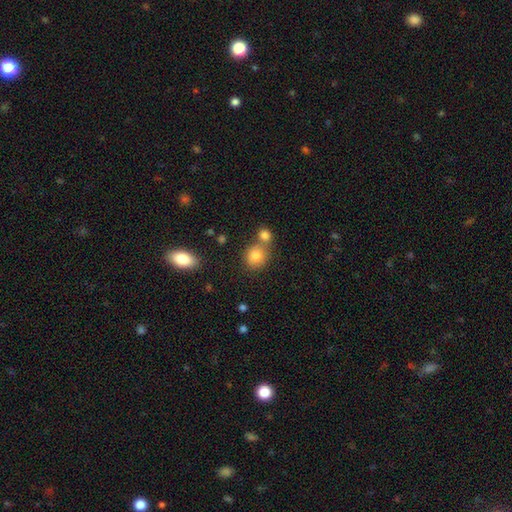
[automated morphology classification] Q: Smooth or featured?
A: smooth (81%); runner-up: star or artifact (11%)
Q: How rounded?
A: round (71%); runner-up: in between (28%)
Q: Merging?
A: none (52%); runner-up: merger (36%)